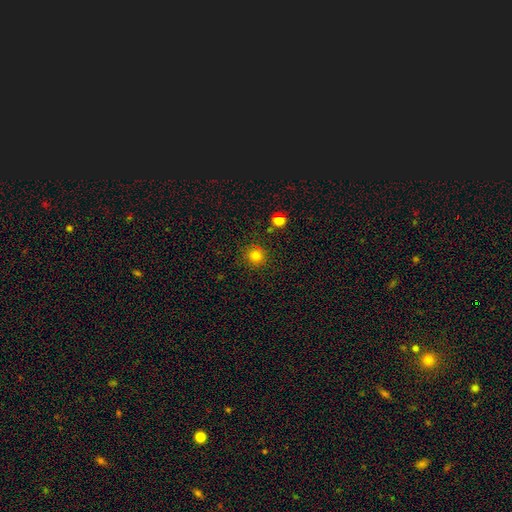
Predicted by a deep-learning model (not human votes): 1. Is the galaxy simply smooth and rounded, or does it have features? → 78% smooth, 16% star or artifact, 6% featured or disk.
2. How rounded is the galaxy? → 93% round, 6% in between, 1% cigar-shaped.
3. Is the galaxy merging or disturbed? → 86% none, 8% minor disturbance, 3% major disturbance, 3% merger.